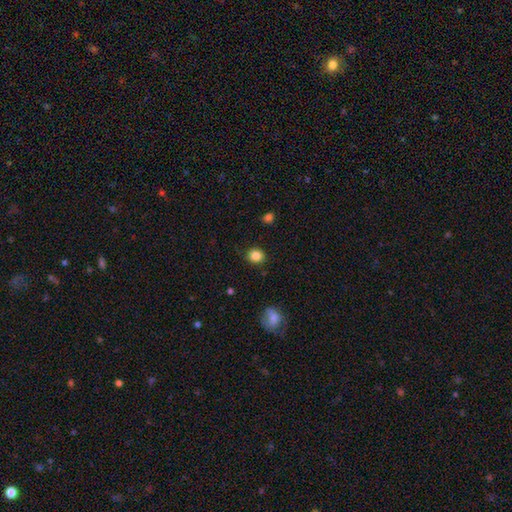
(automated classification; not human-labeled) This is clearly a smooth galaxy (85%). How rounded: likely round (80%). Merging: clearly none (86%).